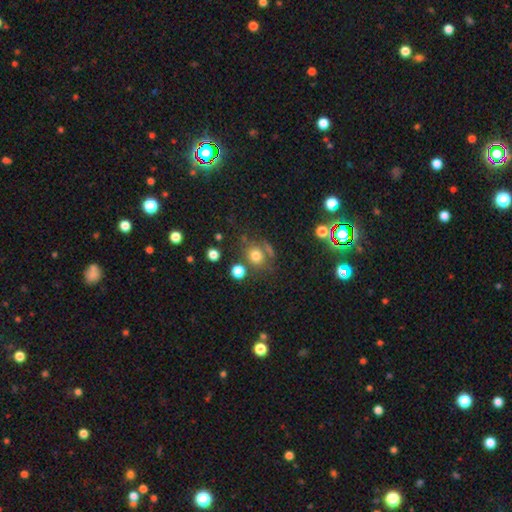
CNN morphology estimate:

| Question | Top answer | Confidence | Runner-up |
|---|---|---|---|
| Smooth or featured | smooth | 74% | star or artifact (16%) |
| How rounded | round | 79% | in between (20%) |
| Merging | none | 65% | merger (14%) |